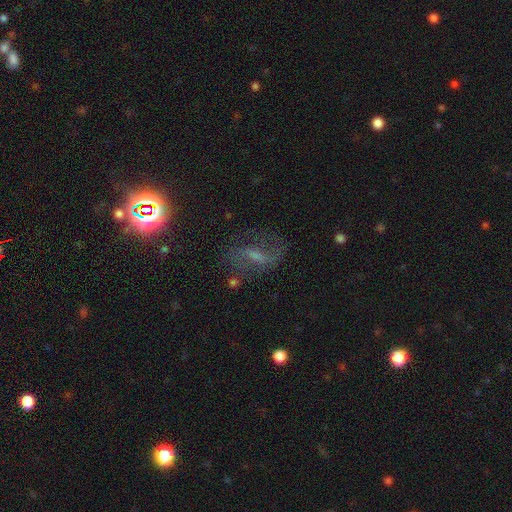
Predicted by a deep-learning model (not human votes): The model was most divided on "bar": weak: 46%, strong: 34%, no: 19%. Remaining: edge-on disk — no (92%); spiral arms — yes (85%); merging — none (68%); smooth or featured — featured or disk (58%); bulge size — small (46%).